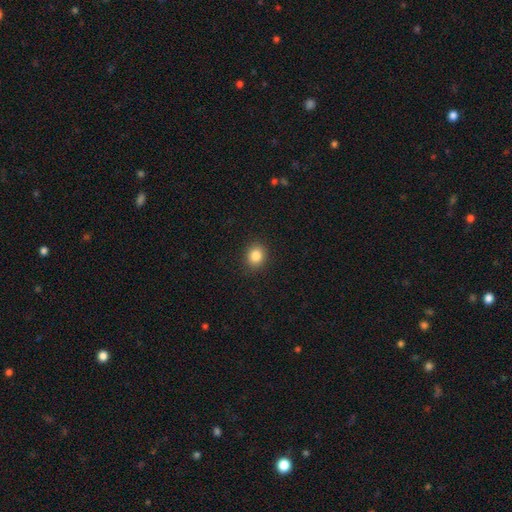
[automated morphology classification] type=smooth (85%); roundness=round (68%); merging=none (90%).